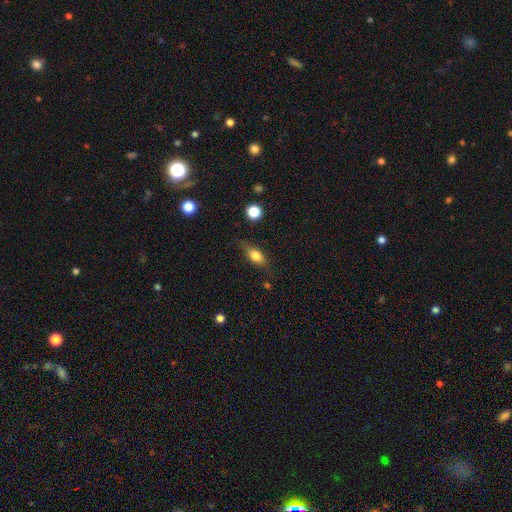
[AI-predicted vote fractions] smooth_or_featured: smooth (p=0.72) [alt: featured or disk p=0.20]
how_rounded: in between (p=0.74) [alt: cigar-shaped p=0.15]
merging: none (p=0.72) [alt: minor disturbance p=0.21]